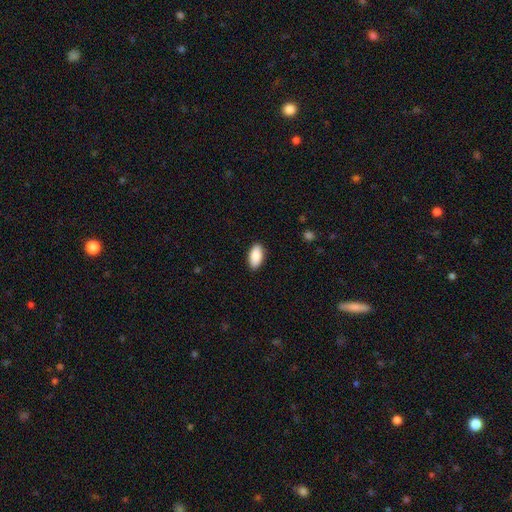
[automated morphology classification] smooth 89%, star or artifact 6%, featured or disk 4%. Down the decision tree: how rounded — in between (94%); merging — none (89%).